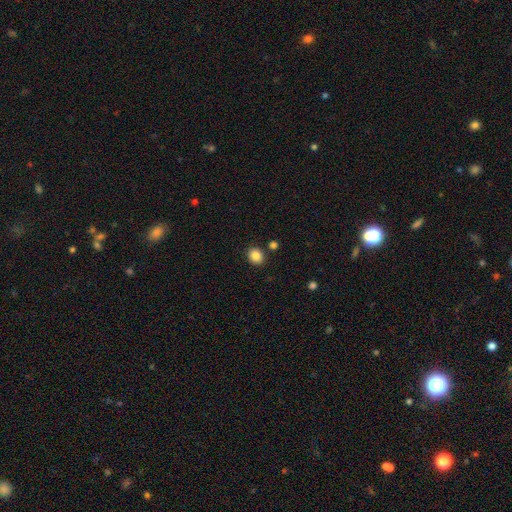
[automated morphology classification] type=smooth (87%); roundness=round (64%); merging=none (85%).